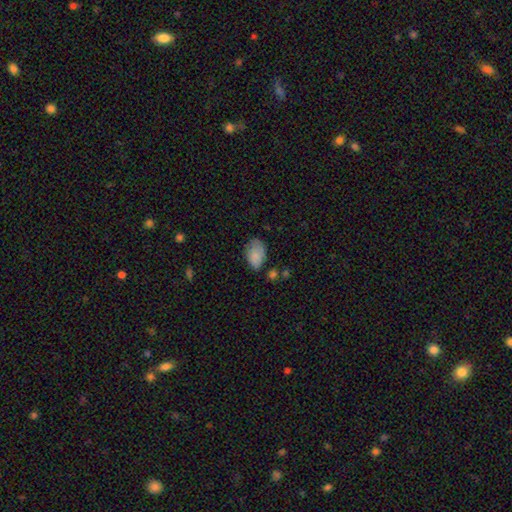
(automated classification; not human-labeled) A smooth galaxy with no disk features (84%) that is in between round and cigar-shaped (90%).

Vote fractions:
- Smooth or featured? smooth: 84% / star or artifact: 8% / featured or disk: 8%
- How rounded? in between: 90% / round: 8% / cigar-shaped: 1%
- Merging? none: 58% / minor disturbance: 30% / major disturbance: 8% / merger: 4%